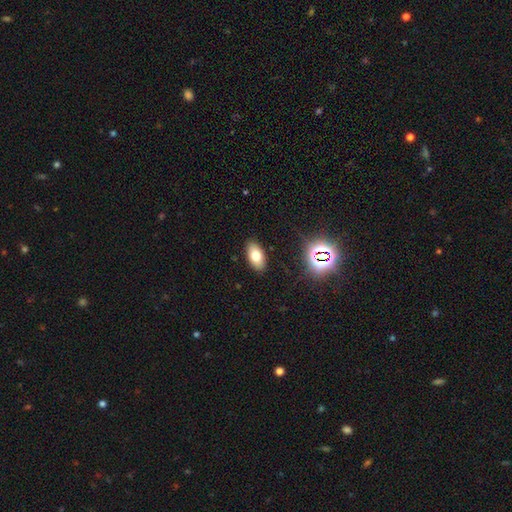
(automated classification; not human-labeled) Morphology: type=smooth (72%); roundness=in between (92%); merging=none (88%).